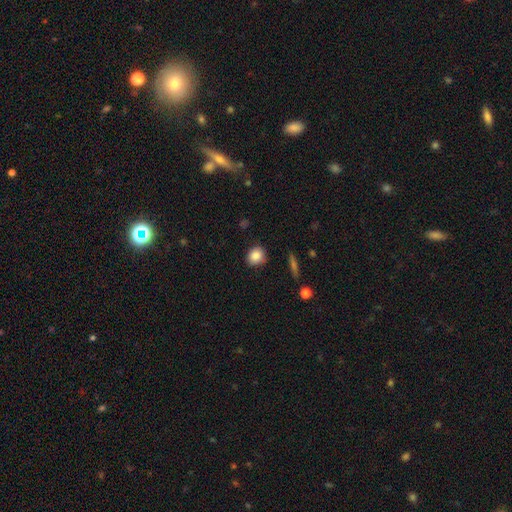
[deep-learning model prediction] smooth_or_featured: smooth (p=0.86) [alt: star or artifact p=0.09]
how_rounded: round (p=0.68) [alt: in between p=0.31]
merging: none (p=0.83) [alt: minor disturbance p=0.13]